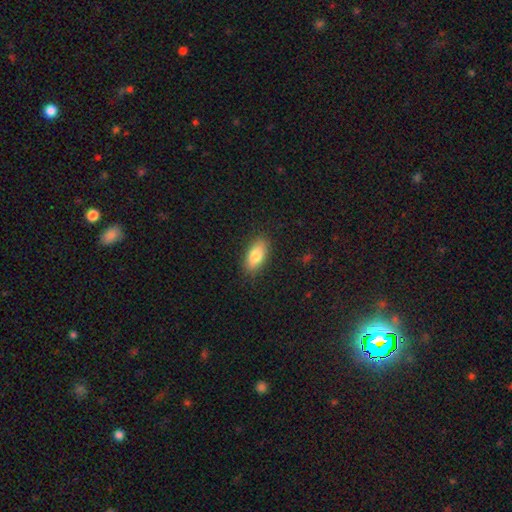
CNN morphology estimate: smooth 81%, featured or disk 12%, star or artifact 7%. Down the decision tree: how rounded — in between (87%); merging — none (86%).